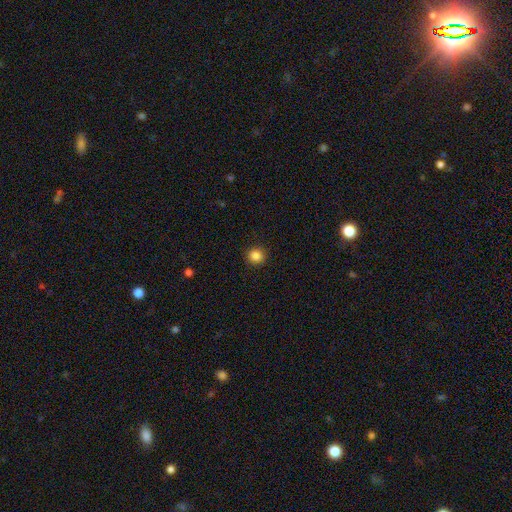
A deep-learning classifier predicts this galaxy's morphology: The model was most divided on "smooth or featured": smooth: 86%, star or artifact: 11%, featured or disk: 3%. More confident: merging — none (91%); how rounded — round (90%).